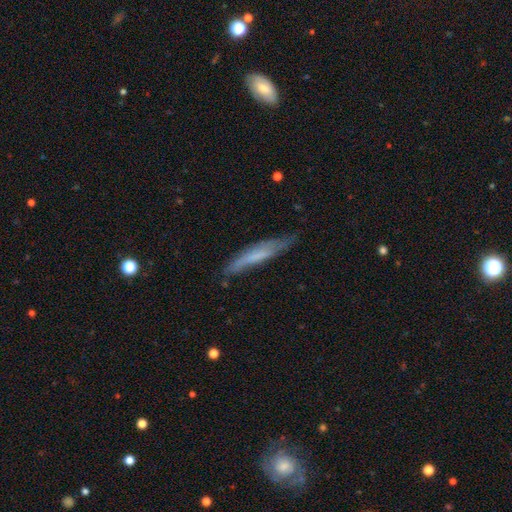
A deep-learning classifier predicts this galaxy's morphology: Smooth or featured?
  - smooth: 50% *
  - featured or disk: 43%
  - star or artifact: 7%
Merging?
  - none: 65% *
  - minor disturbance: 26%
  - major disturbance: 7%
  - merger: 2%